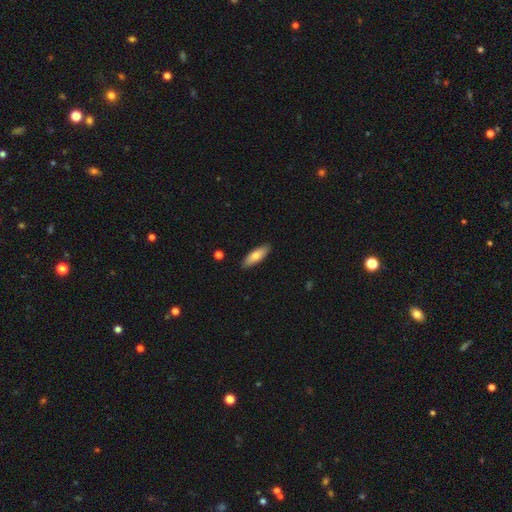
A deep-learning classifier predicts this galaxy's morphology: A smooth galaxy with no disk features (75%) that is in between round and cigar-shaped (62%).

Vote fractions:
- Smooth or featured? smooth: 75% / featured or disk: 19% / star or artifact: 6%
- How rounded? in between: 62% / cigar-shaped: 36% / round: 2%
- Merging? none: 89% / minor disturbance: 8% / major disturbance: 2% / merger: 1%